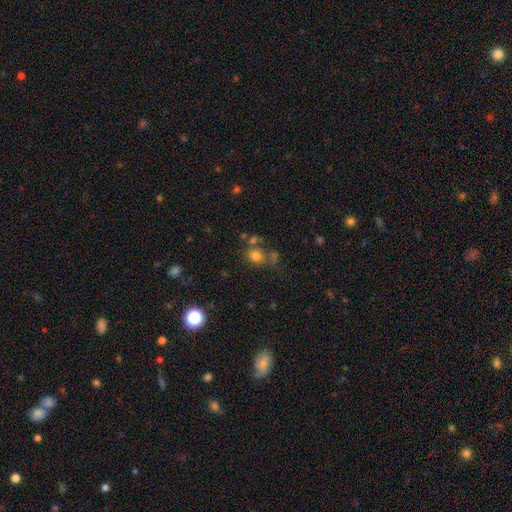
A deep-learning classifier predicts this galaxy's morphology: Q: Smooth or featured?
A: smooth (75%); runner-up: star or artifact (15%)
Q: How rounded?
A: round (78%); runner-up: in between (21%)
Q: Merging?
A: none (57%); runner-up: merger (21%)